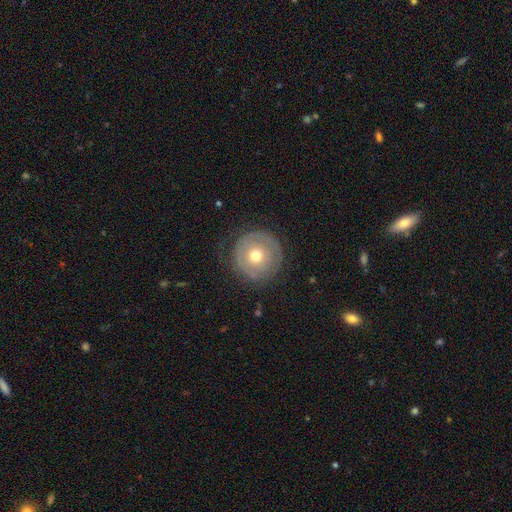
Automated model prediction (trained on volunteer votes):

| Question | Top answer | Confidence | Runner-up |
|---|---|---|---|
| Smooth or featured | smooth | 54% | featured or disk (38%) |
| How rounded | round | 95% | in between (4%) |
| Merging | none | 77% | minor disturbance (15%) |